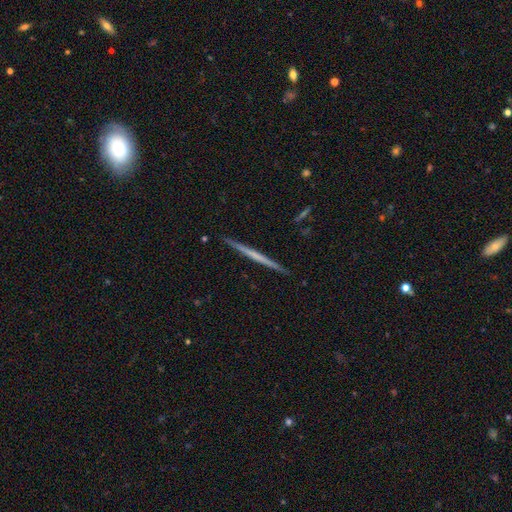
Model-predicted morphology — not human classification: A featured or disk galaxy (59%) viewed edge-on (98%) with no central bulge (87%). Merging: none (92%).